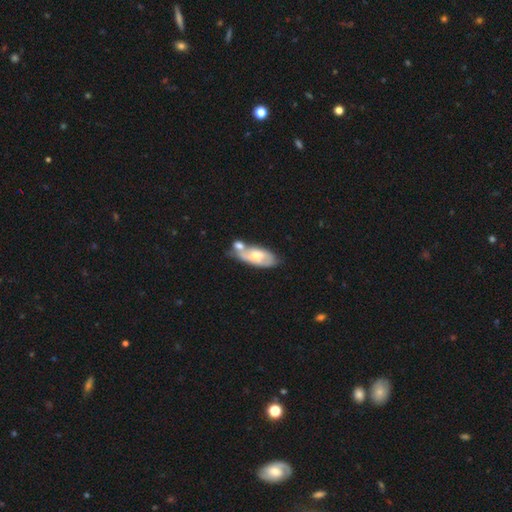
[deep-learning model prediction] Smooth or featured?
  - featured or disk: 54% *
  - smooth: 41%
  - star or artifact: 6%
Edge-on disk?
  - no: 86% *
  - yes: 14%
Merging?
  - merger: 42% *
  - none: 32%
  - minor disturbance: 18%
  - major disturbance: 8%